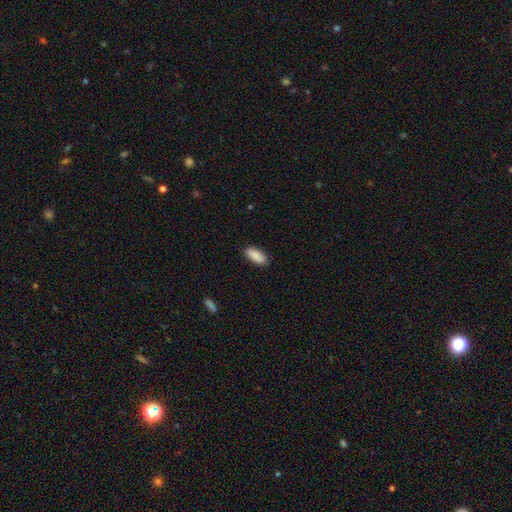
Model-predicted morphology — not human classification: smooth_or_featured: smooth (p=0.89) [alt: star or artifact p=0.06]
how_rounded: in between (p=0.86) [alt: cigar-shaped p=0.12]
merging: none (p=0.88) [alt: minor disturbance p=0.09]